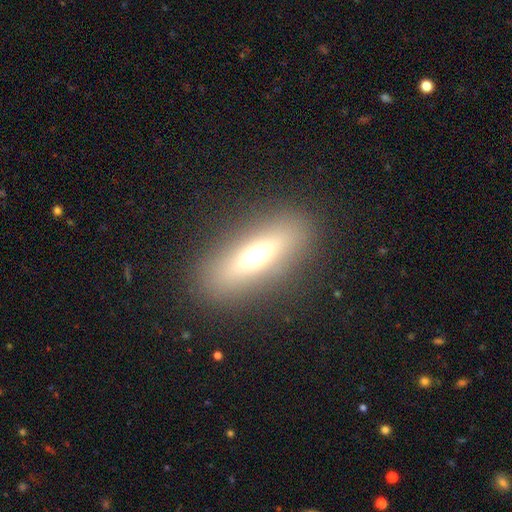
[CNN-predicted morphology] Q: Smooth or featured?
A: smooth (54%); runner-up: featured or disk (36%)
Q: How rounded?
A: in between (50%); runner-up: cigar-shaped (46%)
Q: Merging?
A: none (88%); runner-up: minor disturbance (7%)